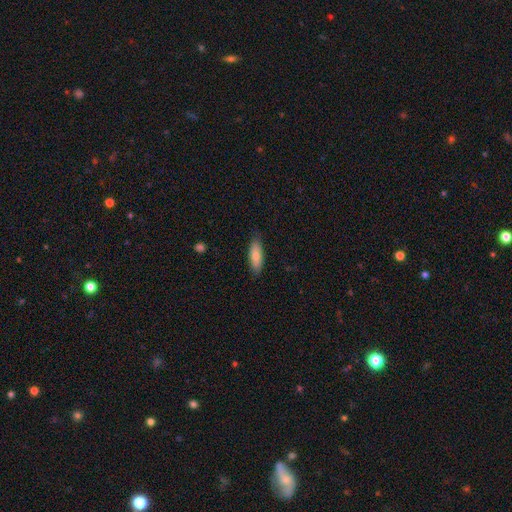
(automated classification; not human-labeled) Smooth or featured: smooth — 81% (featured or disk — 13%)
How rounded: in between — 62% (cigar-shaped — 36%)
Merging: none — 84% (minor disturbance — 12%)